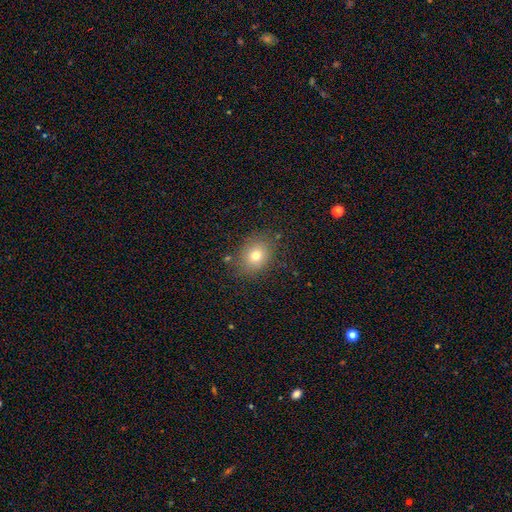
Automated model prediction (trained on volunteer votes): A smooth galaxy with no disk features (74%) that is round (61%).

Vote fractions:
- Smooth or featured? smooth: 74% / star or artifact: 14% / featured or disk: 12%
- How rounded? round: 61% / in between: 38% / cigar-shaped: 1%
- Merging? none: 82% / minor disturbance: 12% / major disturbance: 4% / merger: 2%